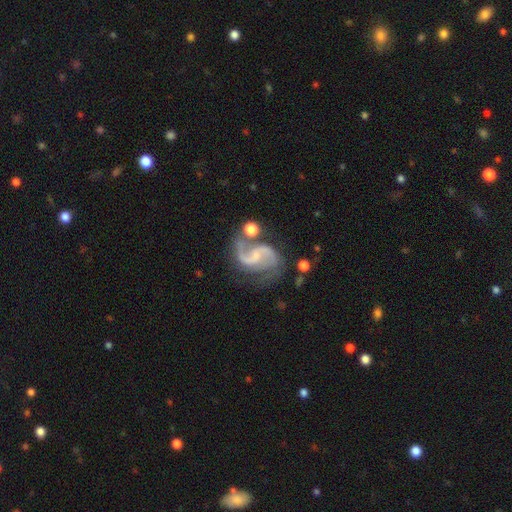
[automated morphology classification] Smooth or featured: featured or disk — 91% (star or artifact — 5%)
Edge-on disk: no — 98% (yes — 2%)
Bar: weak — 46% (no — 39%)
Spiral arms: yes — 98% (no — 2%)
Spiral winding: medium — 49% (loose — 43%)
Spiral arm count: 2 — 93% (1 — 2%)
Bulge size: small — 53% (none — 30%)
Merging: none — 60% (minor disturbance — 19%)